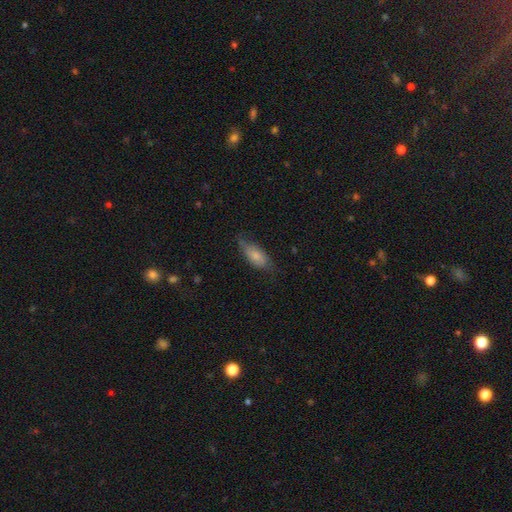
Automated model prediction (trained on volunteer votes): A smooth galaxy with no disk features (69%) that is in between round and cigar-shaped (84%).

Vote fractions:
- Smooth or featured? smooth: 69% / featured or disk: 24% / star or artifact: 7%
- How rounded? in between: 84% / cigar-shaped: 13% / round: 3%
- Merging? none: 58% / minor disturbance: 31% / major disturbance: 9% / merger: 2%